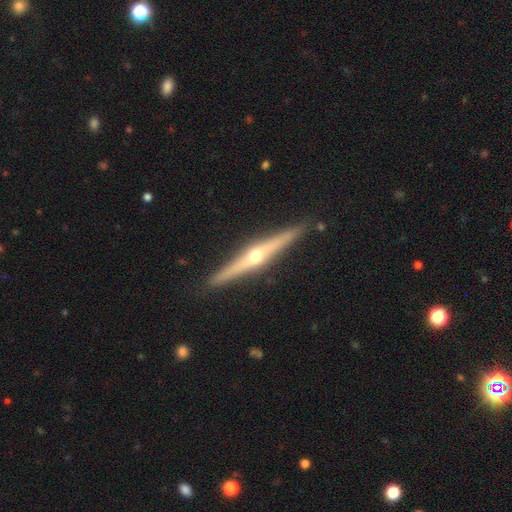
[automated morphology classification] This is likely a featured or disk galaxy (76%). It is clearly viewed edge-on (98%). Edge-on bulge: clearly rounded (91%). Merging: clearly none (90%).